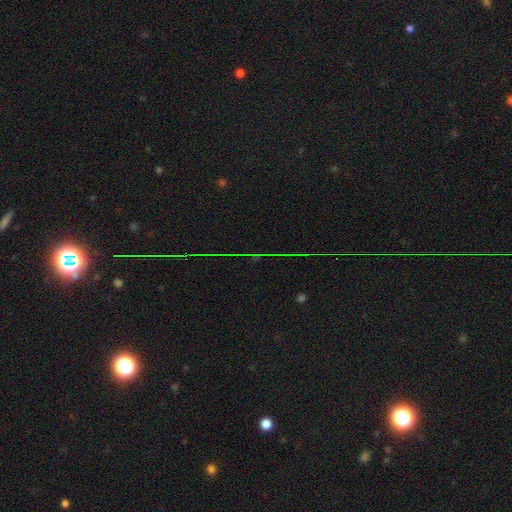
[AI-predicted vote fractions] smooth-or-featured: star or artifact: 80% | smooth: 11% | featured or disk: 8%